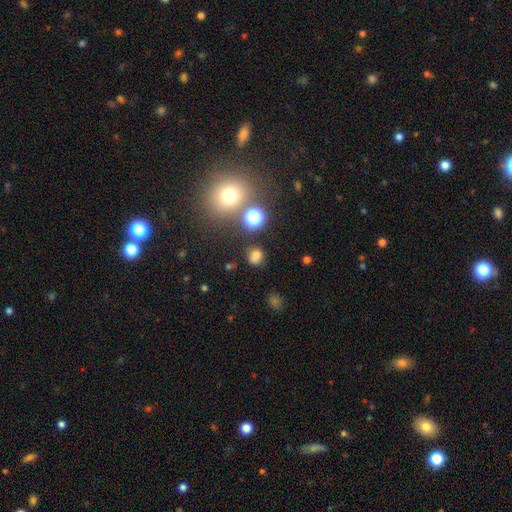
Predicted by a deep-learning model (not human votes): Morphology: type=smooth (68%); roundness=round (76%); merging=none (65%).